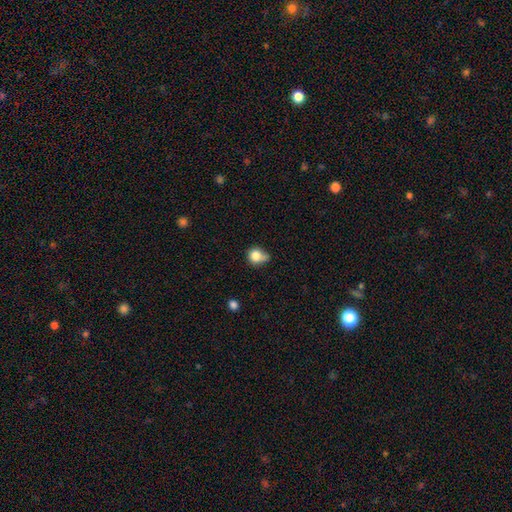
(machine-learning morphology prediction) smooth 79%, star or artifact 11%, featured or disk 10%. Down the decision tree: how rounded — round (74%); merging — none (41%).